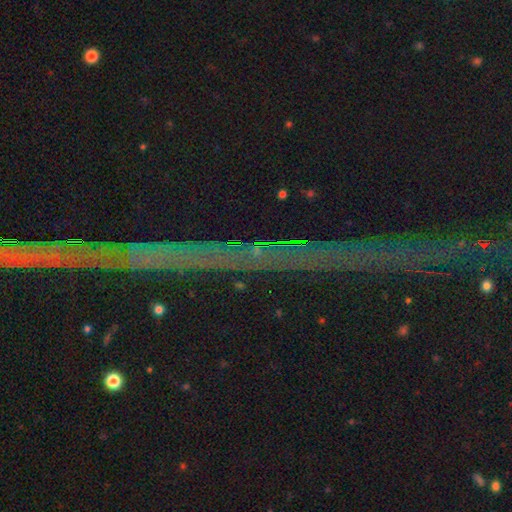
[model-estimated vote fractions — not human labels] Smooth or featured? Predicted: star or artifact (p=0.74).